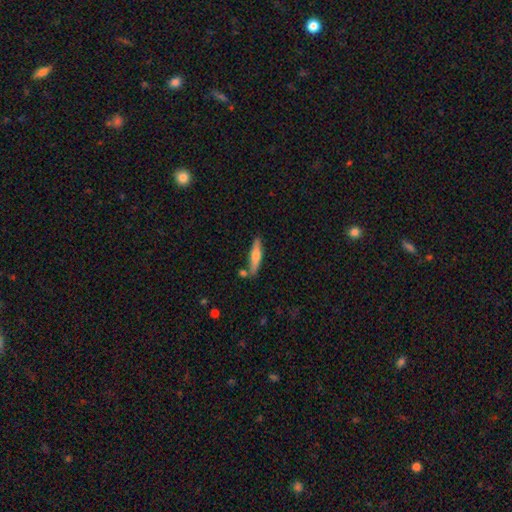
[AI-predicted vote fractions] Smooth or featured?
  - smooth: 55% *
  - featured or disk: 39%
  - star or artifact: 6%
How rounded?
  - cigar-shaped: 82% *
  - in between: 16%
  - round: 2%
Merging?
  - none: 75% *
  - minor disturbance: 13%
  - merger: 9%
  - major disturbance: 3%